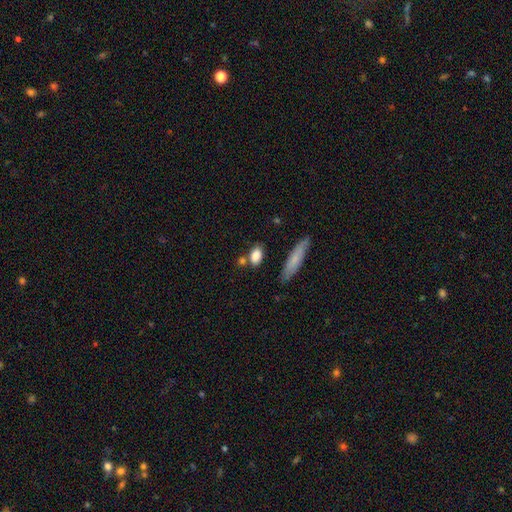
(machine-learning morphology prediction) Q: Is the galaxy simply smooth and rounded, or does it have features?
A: smooth — 84%.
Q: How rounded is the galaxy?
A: in between — 74%.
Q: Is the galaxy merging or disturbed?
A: none — 66%.